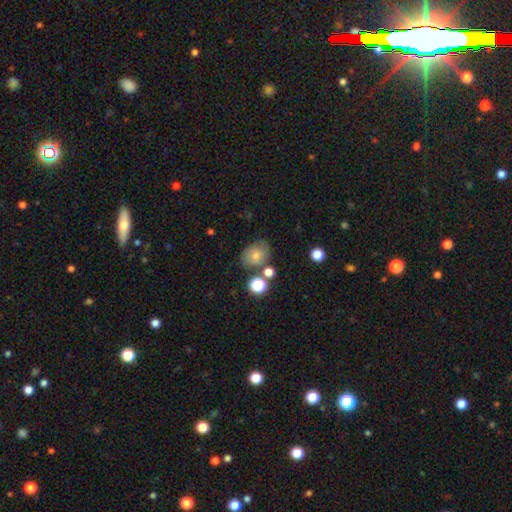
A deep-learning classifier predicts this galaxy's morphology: Q: Smooth or featured?
A: smooth (63%); runner-up: featured or disk (22%)
Q: How rounded?
A: round (50%); runner-up: in between (48%)
Q: Merging?
A: none (63%); runner-up: minor disturbance (18%)